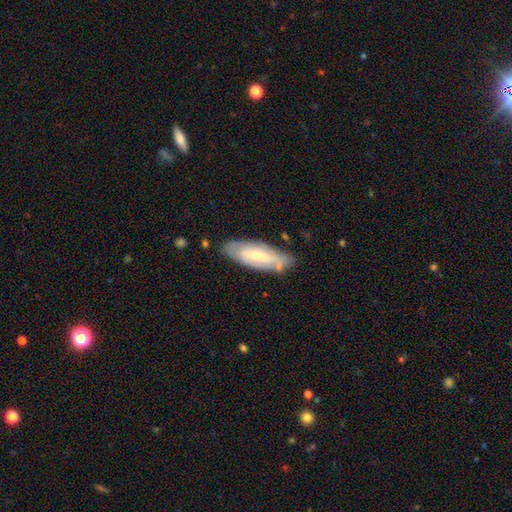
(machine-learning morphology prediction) Smooth or featured? Predicted: featured or disk (p=0.50). Merging? Predicted: none (p=0.77).